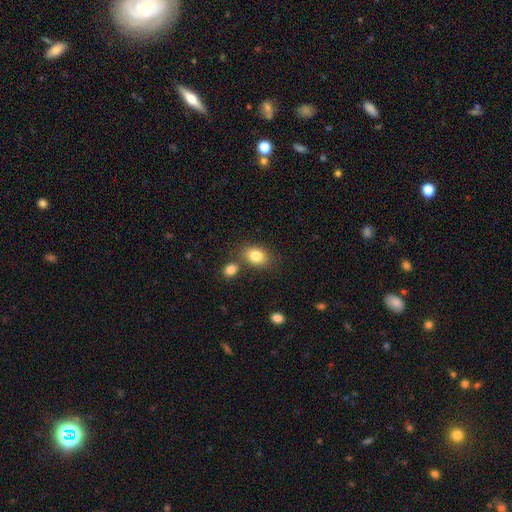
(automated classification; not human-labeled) smooth-or-featured: smooth: 82% | star or artifact: 9% | featured or disk: 8%
  how-rounded: in between: 70% | round: 29% | cigar-shaped: 1%
  merging: none: 65% | merger: 19% | minor disturbance: 12% | major disturbance: 3%